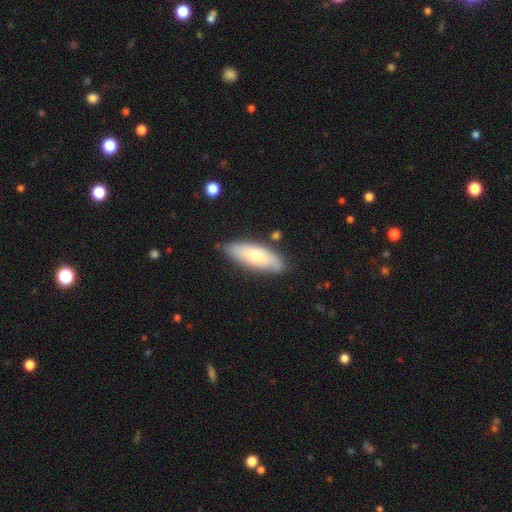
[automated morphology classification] Q: Smooth or featured?
A: smooth (61%); runner-up: featured or disk (33%)
Q: How rounded?
A: in between (65%); runner-up: cigar-shaped (33%)
Q: Merging?
A: none (78%); runner-up: minor disturbance (16%)